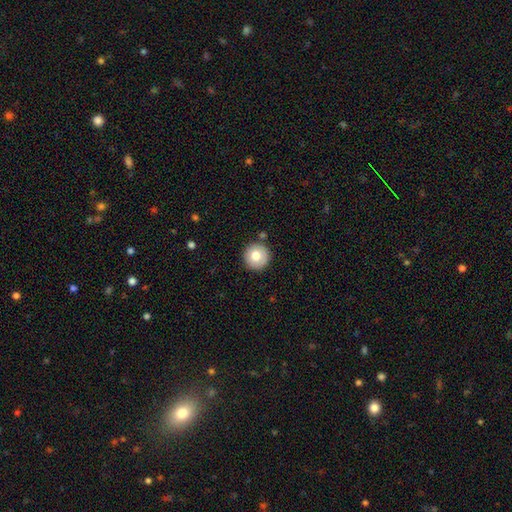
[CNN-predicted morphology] Overall: smooth (77%). How rounded: round (96%). Merging: none (88%).